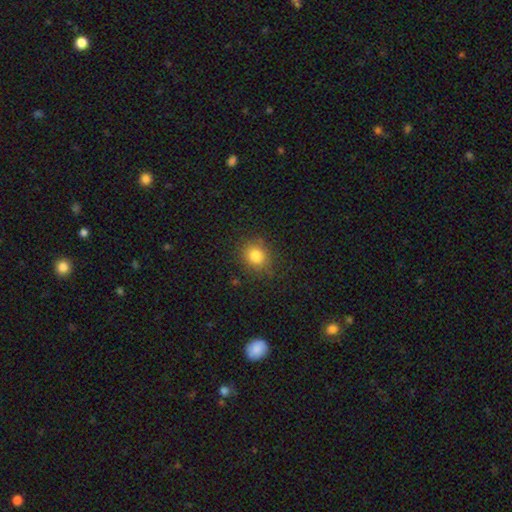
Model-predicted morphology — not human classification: Overall: smooth (81%). How rounded: round (77%). Merging: none (83%).